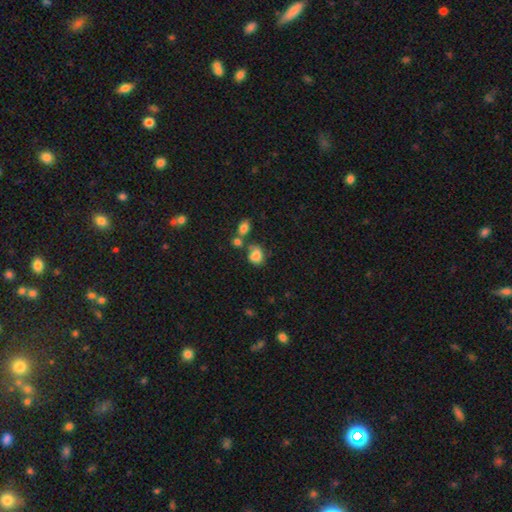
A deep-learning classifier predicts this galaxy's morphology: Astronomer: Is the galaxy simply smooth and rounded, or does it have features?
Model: smooth — 81%.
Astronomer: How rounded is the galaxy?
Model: in between — 57% (runner-up: round, 42%).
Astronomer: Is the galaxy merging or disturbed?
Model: none — 49%.